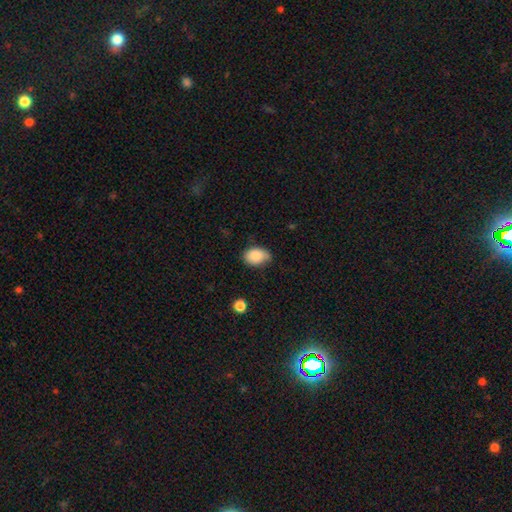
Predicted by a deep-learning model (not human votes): Morphology: type=smooth (86%); roundness=in between (82%); merging=none (62%).